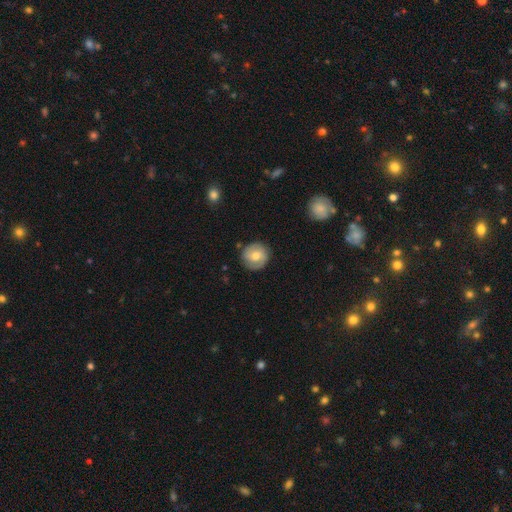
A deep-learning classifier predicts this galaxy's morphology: Smooth or featured? Predicted: smooth (p=0.53). How rounded? Predicted: round (p=0.91). Merging? Predicted: none (p=0.85).